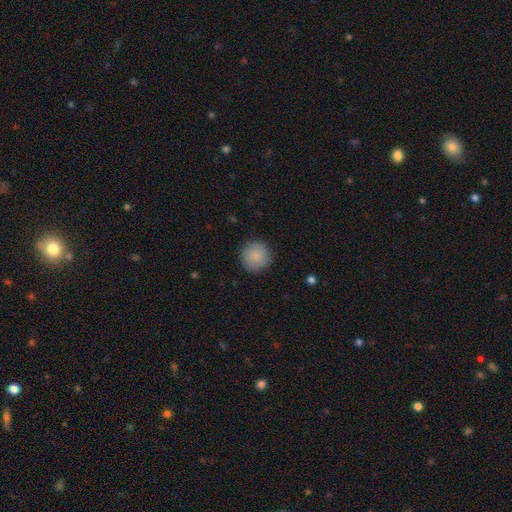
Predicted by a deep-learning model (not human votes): Morphology: type=smooth (87%); roundness=round (95%); merging=none (90%).